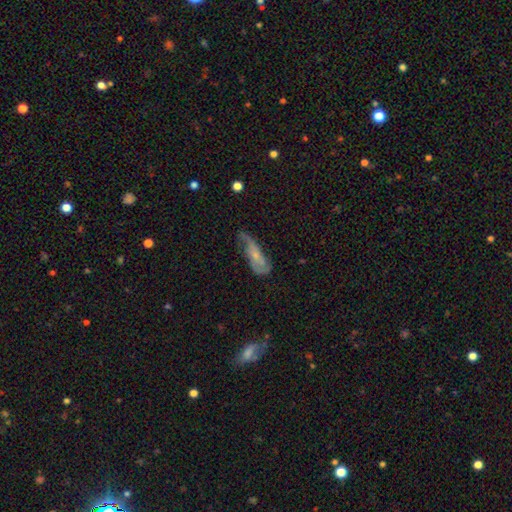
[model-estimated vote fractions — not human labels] This appears to be a featured or disk galaxy (57%). Merging: none (39%).